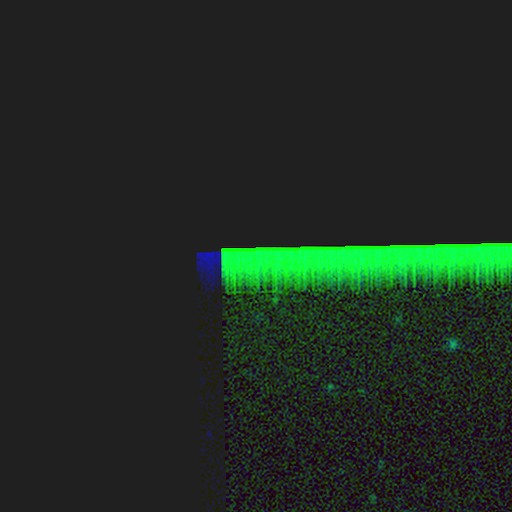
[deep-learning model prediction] This is clearly a star or artifact rather than a galaxy (83%).